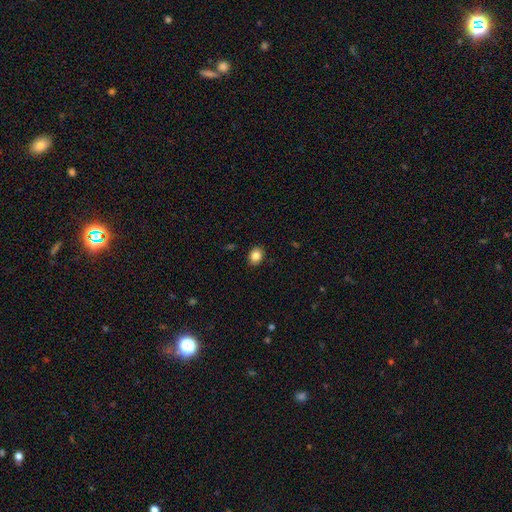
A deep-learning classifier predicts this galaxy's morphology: smooth 86%, star or artifact 9%, featured or disk 5%. Down the decision tree: how rounded — in between (61%); merging — none (89%).